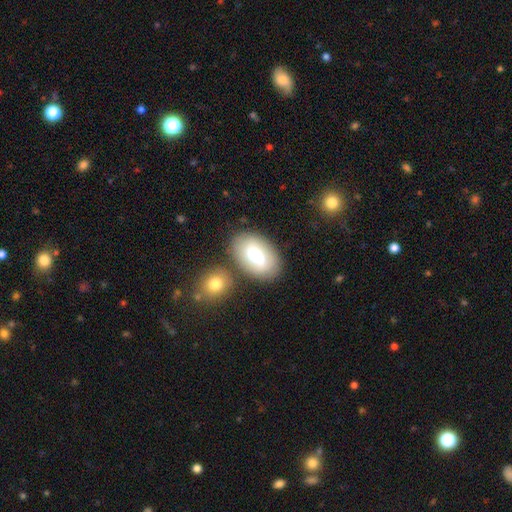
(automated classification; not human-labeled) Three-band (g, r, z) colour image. It shows a smooth galaxy with no disk features (69%) that is in between round and cigar-shaped (91%). Merging: none (71%).